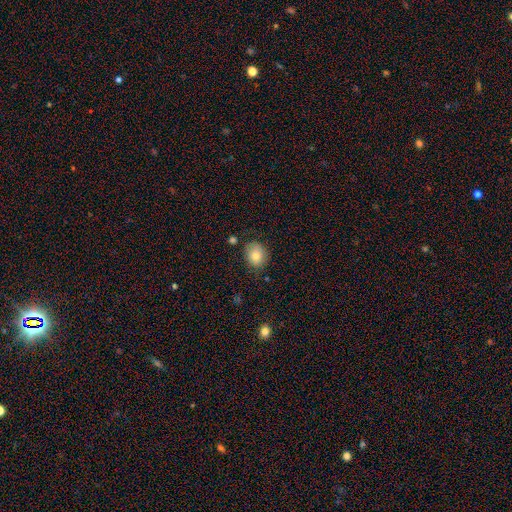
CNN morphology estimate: Smooth or featured: smooth — 82% (featured or disk — 9%)
How rounded: round — 56% (in between — 43%)
Merging: none — 75% (minor disturbance — 18%)